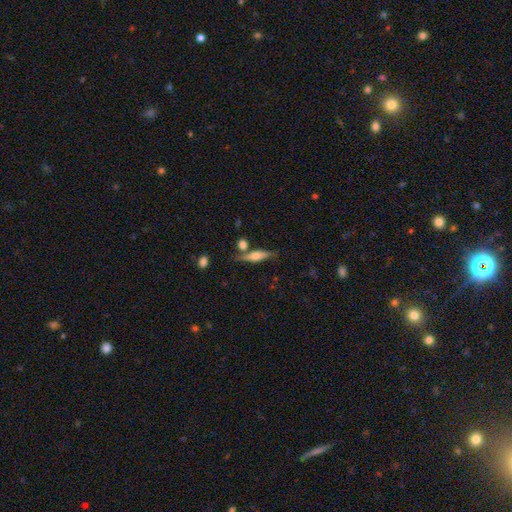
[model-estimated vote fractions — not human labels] smooth-or-featured: featured or disk: 53% | smooth: 39% | star or artifact: 7%
  disk-edge-on: yes: 93% | no: 7%
  merging: none: 71% | minor disturbance: 14% | merger: 12% | major disturbance: 4%